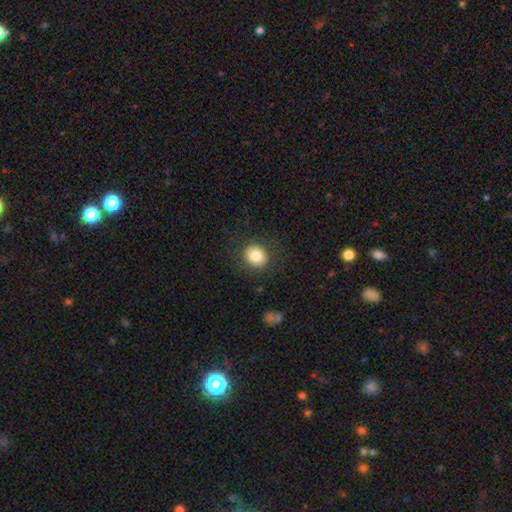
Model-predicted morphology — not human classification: Smooth or featured?
  - smooth: 84% *
  - star or artifact: 9%
  - featured or disk: 7%
How rounded?
  - round: 76% *
  - in between: 23%
  - cigar-shaped: 1%
Merging?
  - none: 86% *
  - minor disturbance: 9%
  - major disturbance: 4%
  - merger: 1%